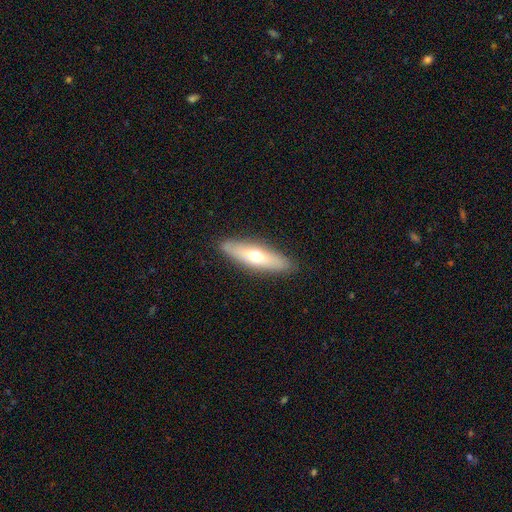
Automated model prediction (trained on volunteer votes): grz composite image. It shows a smooth galaxy with no disk features (54%) that is cigar-shaped (61%). Merging: none (88%).